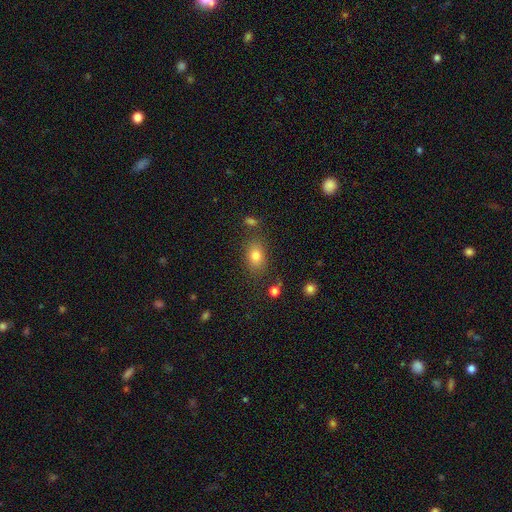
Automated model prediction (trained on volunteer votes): smooth 80%, star or artifact 11%, featured or disk 9%. Down the decision tree: how rounded — in between (77%); merging — none (77%).